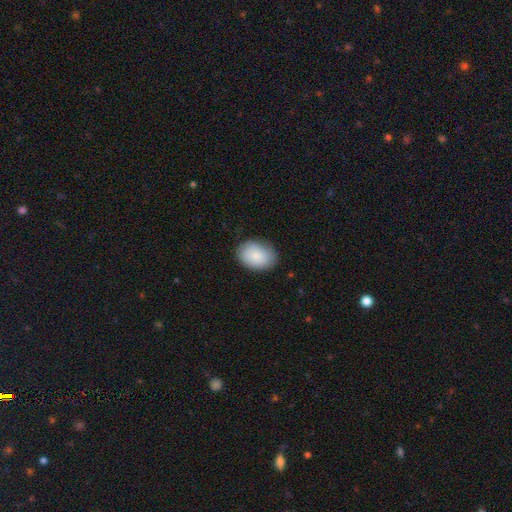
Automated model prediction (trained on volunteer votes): Smooth or featured? smooth (87%)
How rounded? in between (78%)
Merging? none (83%)